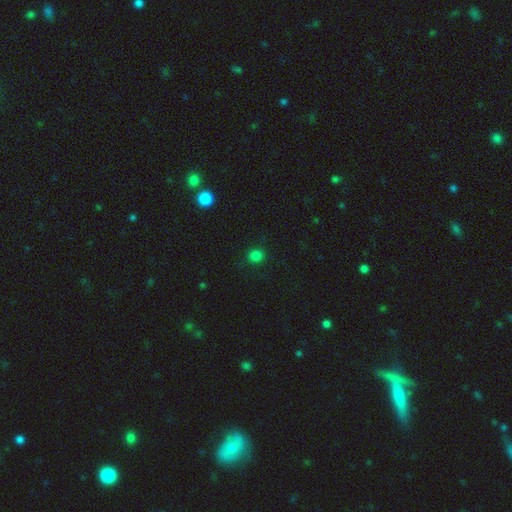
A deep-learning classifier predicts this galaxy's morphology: The model was most divided on "how rounded": round: 82%, in between: 17%, cigar-shaped: 1%. More confident: merging — none (89%); smooth or featured — smooth (81%).